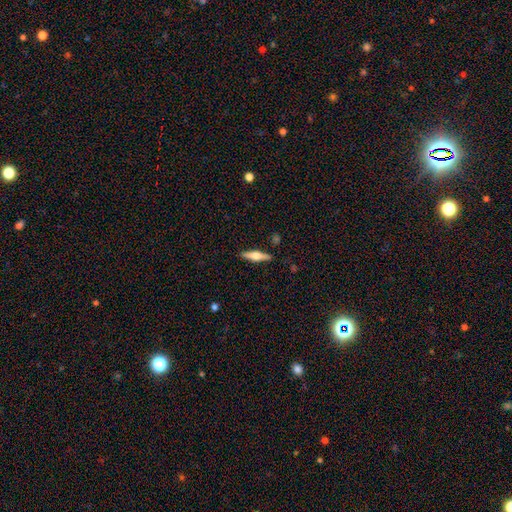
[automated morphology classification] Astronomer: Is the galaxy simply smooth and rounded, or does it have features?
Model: featured or disk — 55% (runner-up: smooth, 39%).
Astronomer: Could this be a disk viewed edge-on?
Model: yes — 96%.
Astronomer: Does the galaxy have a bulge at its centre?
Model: rounded — 90%.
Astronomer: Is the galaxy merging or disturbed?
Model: none — 89%.